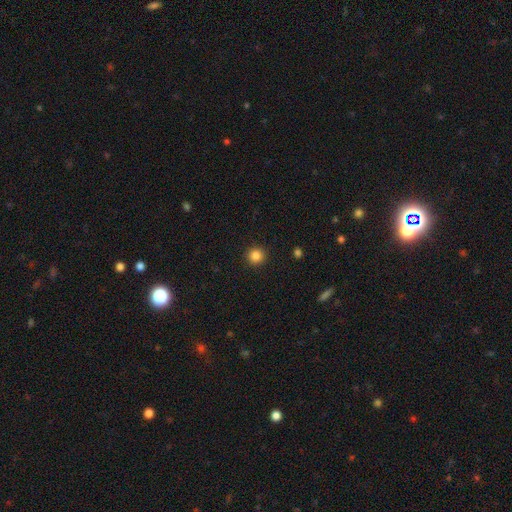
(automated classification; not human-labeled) Smooth or featured? smooth (85%)
How rounded? round (94%)
Merging? none (92%)